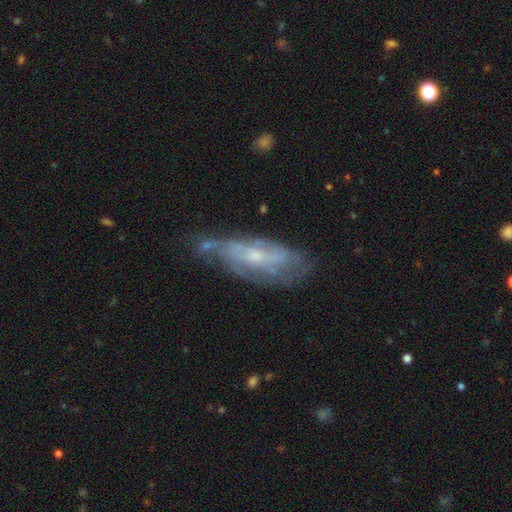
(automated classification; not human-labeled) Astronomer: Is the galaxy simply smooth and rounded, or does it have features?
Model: featured or disk — 71%.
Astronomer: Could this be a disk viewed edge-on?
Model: no — 83%.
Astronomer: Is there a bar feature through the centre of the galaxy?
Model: no — 61%.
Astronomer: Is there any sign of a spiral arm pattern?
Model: yes — 77%.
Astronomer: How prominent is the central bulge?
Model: small — 53% (runner-up: moderate, 38%).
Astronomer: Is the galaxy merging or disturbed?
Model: none — 56%.